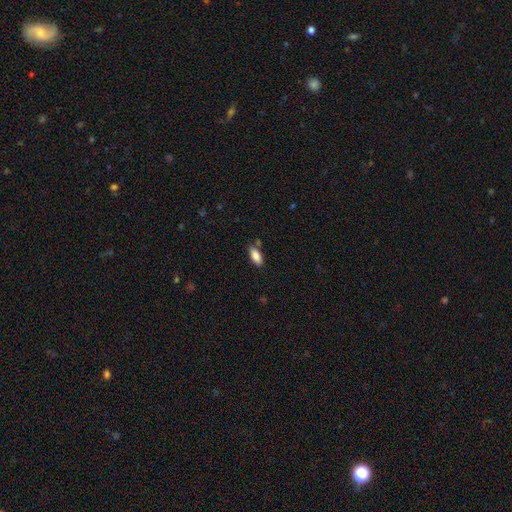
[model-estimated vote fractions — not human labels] Q: Smooth or featured?
A: smooth (87%); runner-up: star or artifact (7%)
Q: How rounded?
A: in between (86%); runner-up: cigar-shaped (12%)
Q: Merging?
A: none (78%); runner-up: minor disturbance (14%)